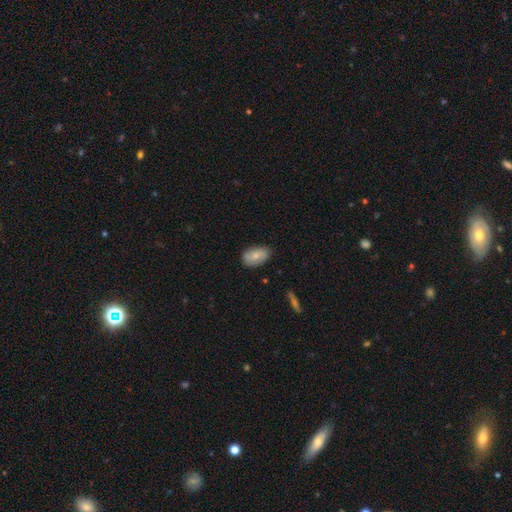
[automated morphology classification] The model was most divided on "smooth or featured": smooth: 72%, featured or disk: 21%, star or artifact: 6%. More confident: how rounded — in between (92%); merging — none (77%).